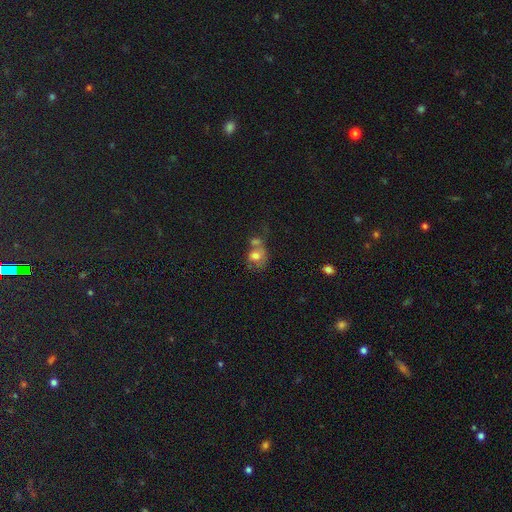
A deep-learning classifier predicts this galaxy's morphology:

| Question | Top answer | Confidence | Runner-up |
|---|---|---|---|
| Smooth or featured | smooth | 67% | featured or disk (21%) |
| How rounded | round | 56% | in between (43%) |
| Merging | merger | 48% | none (27%) |